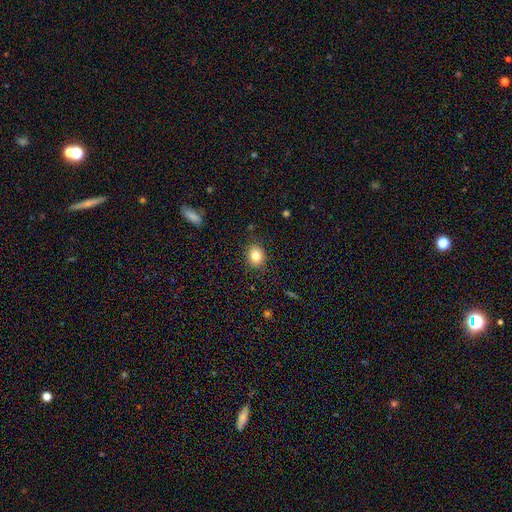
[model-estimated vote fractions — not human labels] This is clearly a smooth galaxy (83%). How rounded: possibly round (58%). Merging: clearly none (87%).